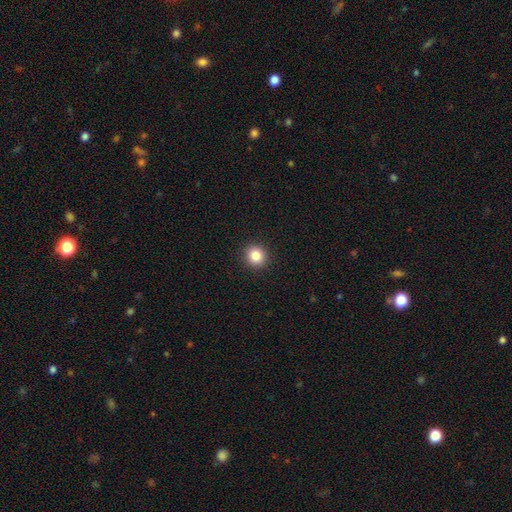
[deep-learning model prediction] smooth 85%, star or artifact 10%, featured or disk 5%. Down the decision tree: how rounded — round (90%); merging — none (93%).